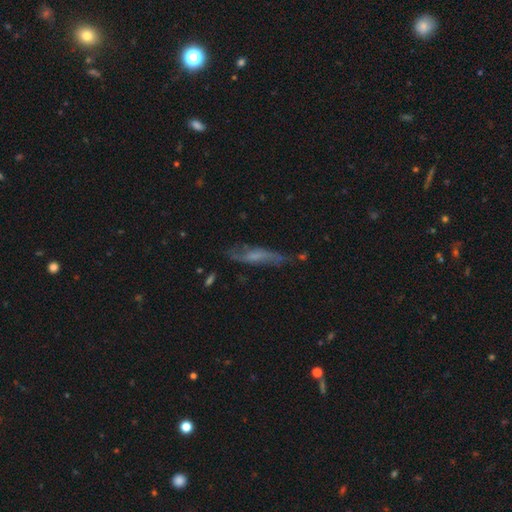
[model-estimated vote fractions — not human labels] This is possibly a featured or disk galaxy (52%). It is possibly not viewed edge-on (56%). Merging: possibly none (60%).